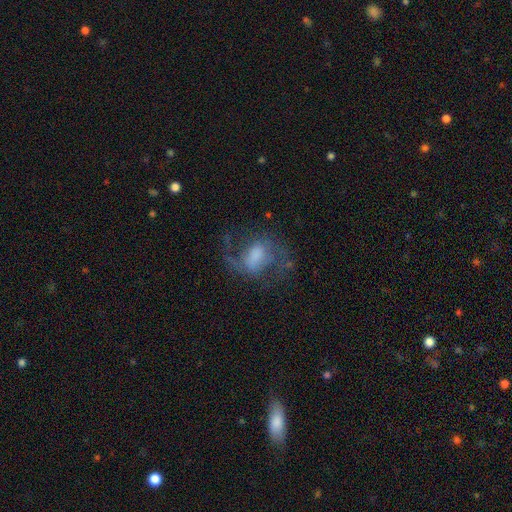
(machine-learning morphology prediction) Smooth or featured? Predicted: featured or disk (p=0.71). Edge-on disk? Predicted: no (p=0.97). Bar? Predicted: weak (p=0.47). Spiral arms? Predicted: yes (p=0.88). Spiral winding? Predicted: medium (p=0.45, tied with loose). Spiral arm count? Predicted: 2 (p=0.85). Bulge size? Predicted: moderate (p=0.30). Merging? Predicted: none (p=0.59).